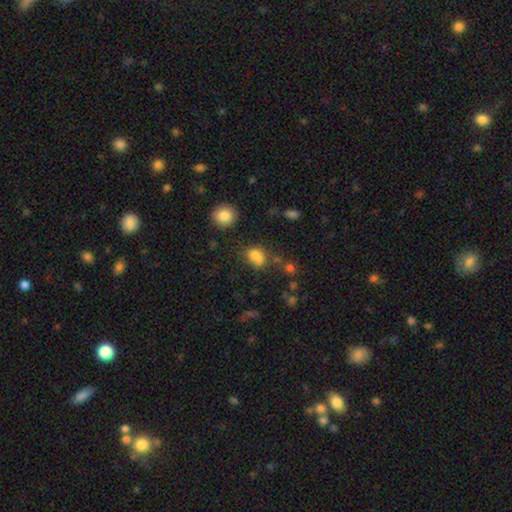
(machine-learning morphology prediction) This appears to be a smooth galaxy with no disk features (76%) that is round (50%). Merging: none (42%).